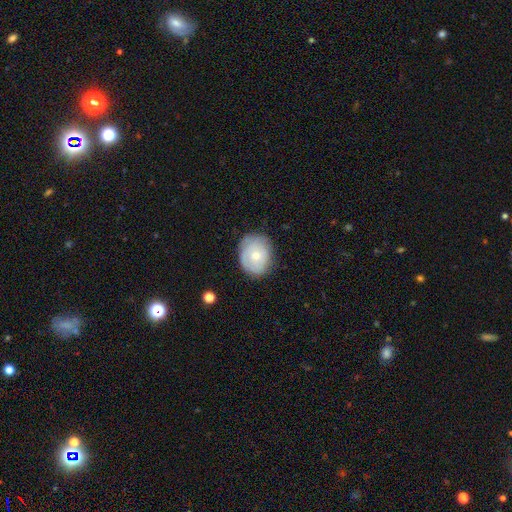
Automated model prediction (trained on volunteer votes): smooth 63%, featured or disk 31%, star or artifact 7%. Down the decision tree: how rounded — round (56%); merging — none (72%).